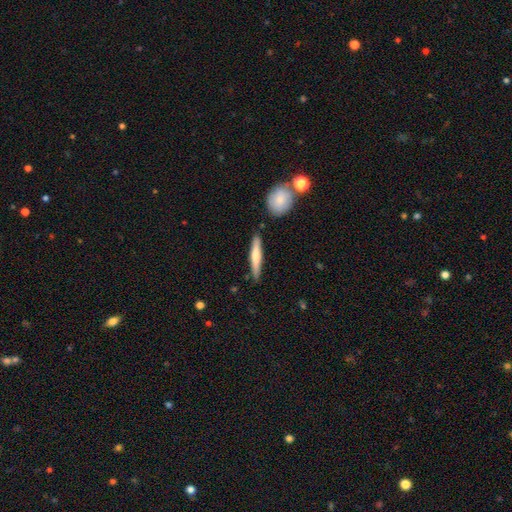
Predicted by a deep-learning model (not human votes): A smooth galaxy with no disk features (56%) that is cigar-shaped (91%).

Vote fractions:
- Smooth or featured? smooth: 56% / featured or disk: 38% / star or artifact: 5%
- How rounded? cigar-shaped: 91% / in between: 7% / round: 2%
- Merging? none: 86% / minor disturbance: 9% / merger: 3% / major disturbance: 2%